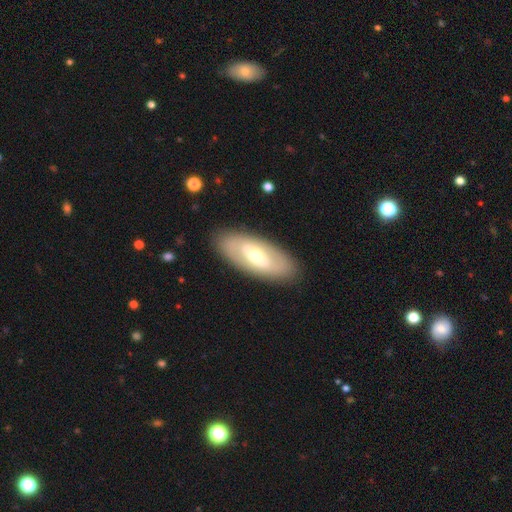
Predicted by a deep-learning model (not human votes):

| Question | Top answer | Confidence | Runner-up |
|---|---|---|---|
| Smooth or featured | featured or disk | 53% | smooth (42%) |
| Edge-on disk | no | 84% | yes (16%) |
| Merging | none | 87% | minor disturbance (9%) |